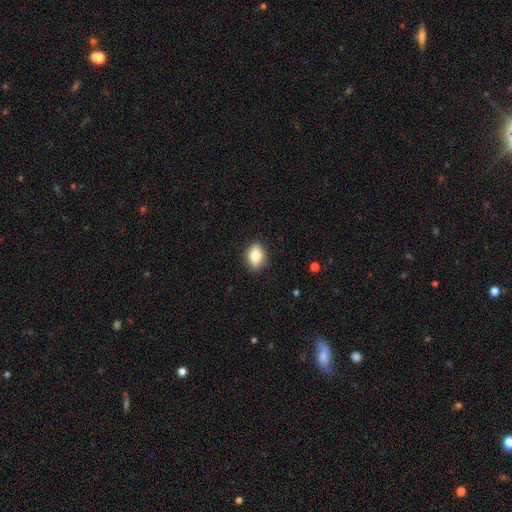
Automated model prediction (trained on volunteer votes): Smooth or featured? smooth (68%)
How rounded? in between (76%)
Merging? none (85%)